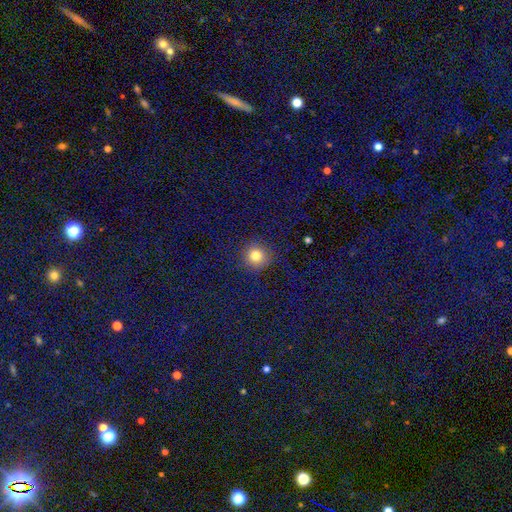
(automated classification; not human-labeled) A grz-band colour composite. It shows a smooth galaxy with no disk features (81%) that is round (93%). Merging: none (90%).